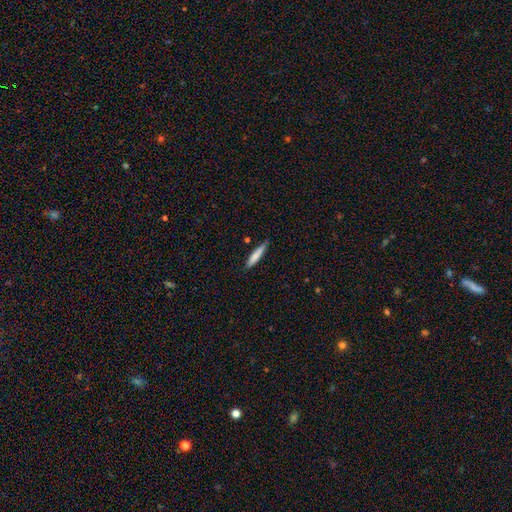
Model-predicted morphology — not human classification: Smooth or featured? smooth (77%)
How rounded? cigar-shaped (89%)
Merging? none (81%)